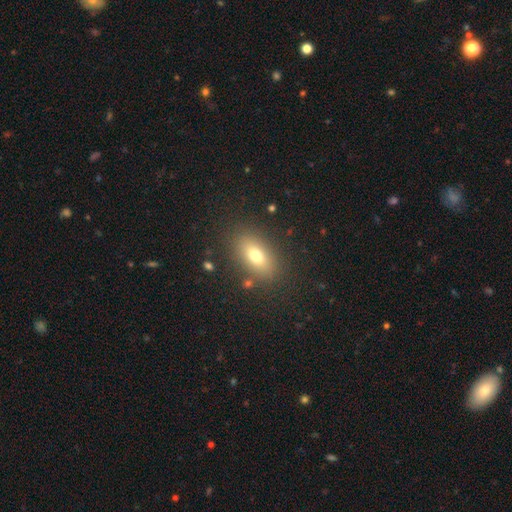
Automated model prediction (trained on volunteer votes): smooth_or_featured: smooth (p=0.73) [alt: featured or disk p=0.16]
how_rounded: in between (p=0.85) [alt: round p=0.08]
merging: none (p=0.84) [alt: minor disturbance p=0.10]